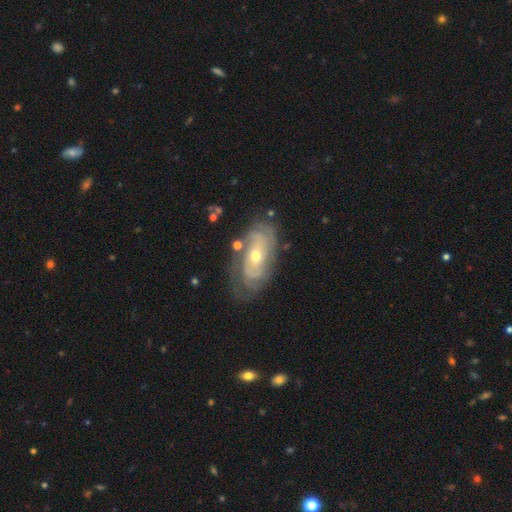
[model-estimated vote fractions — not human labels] smooth_or_featured: featured or disk (p=0.83) [alt: smooth p=0.11]
disk_edge_on: no (p=0.93) [alt: yes p=0.07]
bar: no (p=0.68) [alt: weak p=0.24]
has_spiral_arms: yes (p=0.92) [alt: no p=0.08]
spiral_winding: tight (p=0.71) [alt: medium p=0.23]
spiral_arm_count: can't tell (p=0.37) [alt: 2 p=0.34]
bulge_size: moderate (p=0.54) [alt: small p=0.42]
merging: none (p=0.72) [alt: minor disturbance p=0.18]